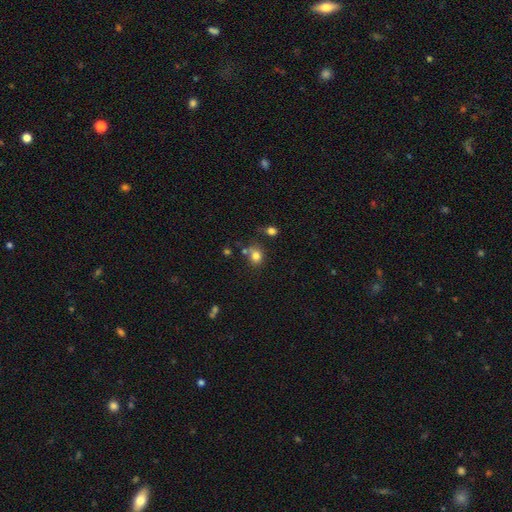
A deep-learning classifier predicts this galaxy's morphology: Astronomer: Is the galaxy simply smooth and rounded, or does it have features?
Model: smooth — 80%.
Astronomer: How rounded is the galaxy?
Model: round — 64%.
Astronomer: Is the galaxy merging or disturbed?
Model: none — 63%.